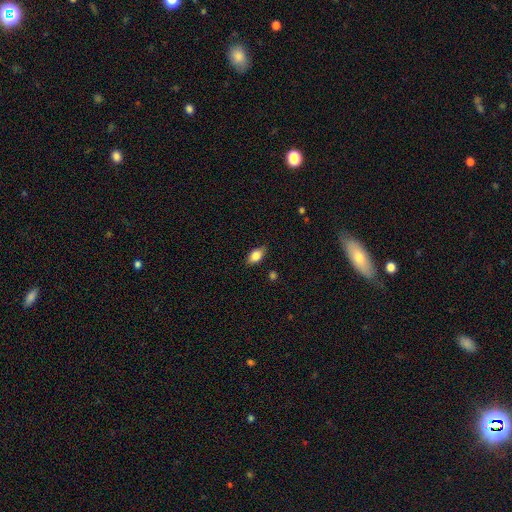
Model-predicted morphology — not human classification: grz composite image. It shows a smooth galaxy with no disk features (80%) that is in between round and cigar-shaped (87%). Merging: none (82%).